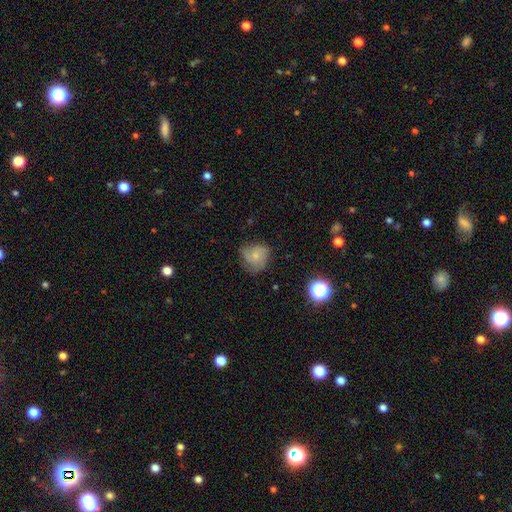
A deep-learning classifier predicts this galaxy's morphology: type=smooth (52%); roundness=round (71%); merging=none (54%).